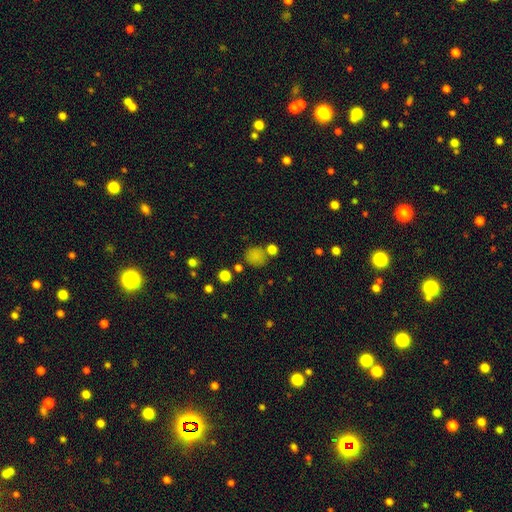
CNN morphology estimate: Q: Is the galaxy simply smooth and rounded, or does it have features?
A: smooth — 78%.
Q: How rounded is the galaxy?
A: round — 81%.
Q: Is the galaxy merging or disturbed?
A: none — 67%.